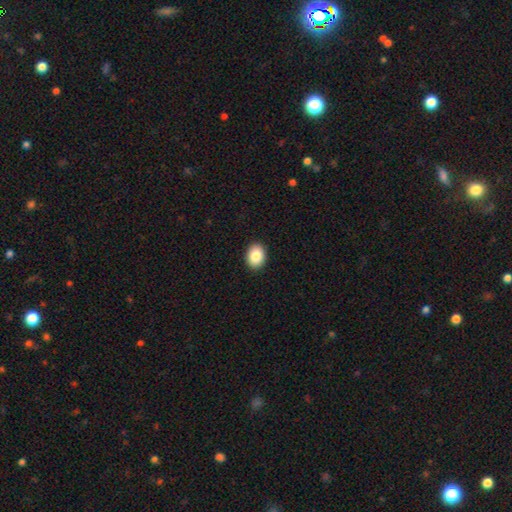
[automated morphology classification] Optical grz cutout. It shows a smooth galaxy with no disk features (87%) that is in between round and cigar-shaped (68%). Merging: none (91%).